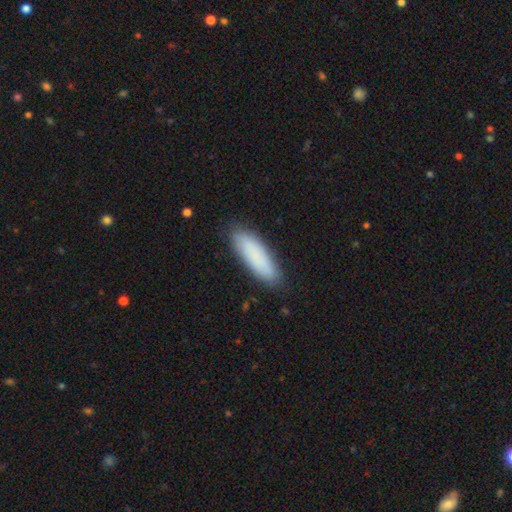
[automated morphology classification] This appears to be a smooth galaxy with no disk features (84%) that is cigar-shaped (51%). Merging: none (86%).